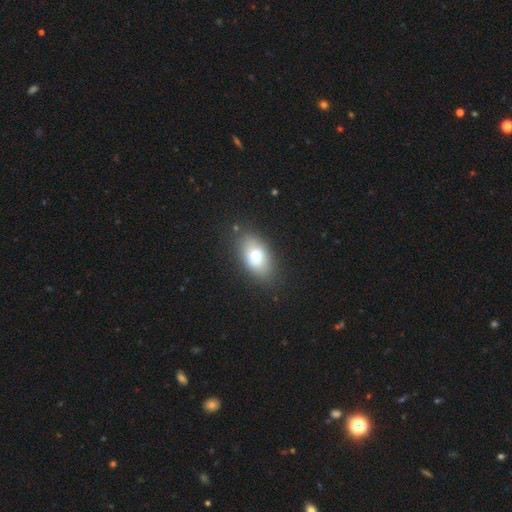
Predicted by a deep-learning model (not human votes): The model was most divided on "smooth or featured": smooth: 69%, featured or disk: 20%, star or artifact: 10%. More confident: how rounded — in between (84%); merging — none (84%).